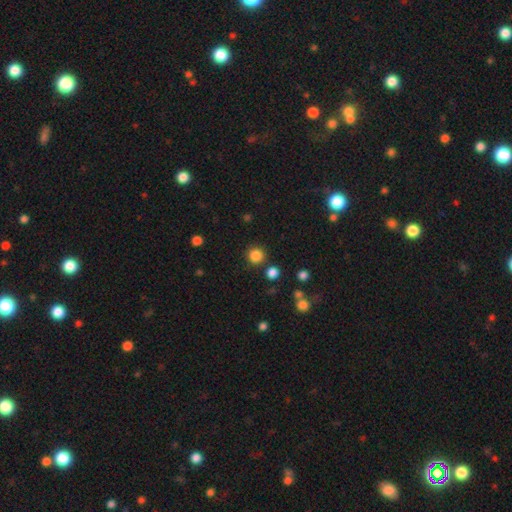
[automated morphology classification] Smooth or featured? Predicted: smooth (p=0.84). How rounded? Predicted: round (p=0.94). Merging? Predicted: none (p=0.86).